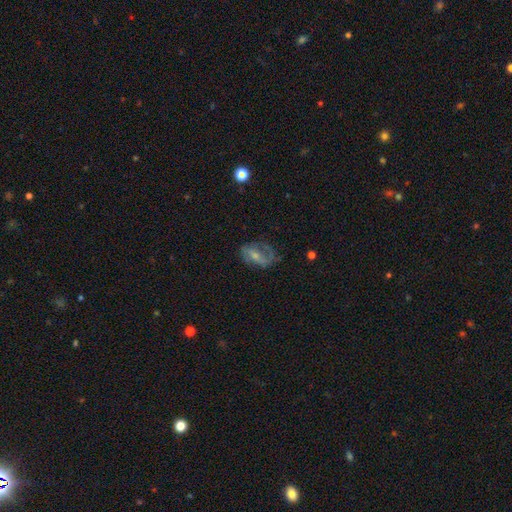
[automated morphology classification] smooth_or_featured: featured or disk (p=0.64) [alt: smooth p=0.28]
disk_edge_on: no (p=0.95) [alt: yes p=0.05]
bar: weak (p=0.42) [alt: no p=0.36]
has_spiral_arms: yes (p=0.74) [alt: no p=0.26]
bulge_size: small (p=0.51) [alt: moderate p=0.38]
merging: none (p=0.48) [alt: major disturbance p=0.25]